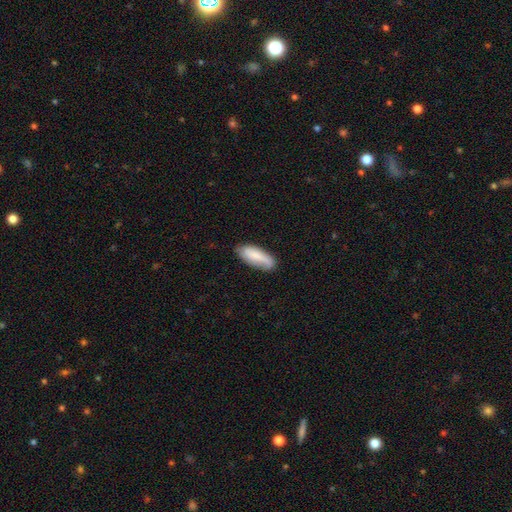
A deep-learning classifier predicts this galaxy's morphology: Overall: smooth (72%). How rounded: in between (72%). Merging: none (70%).